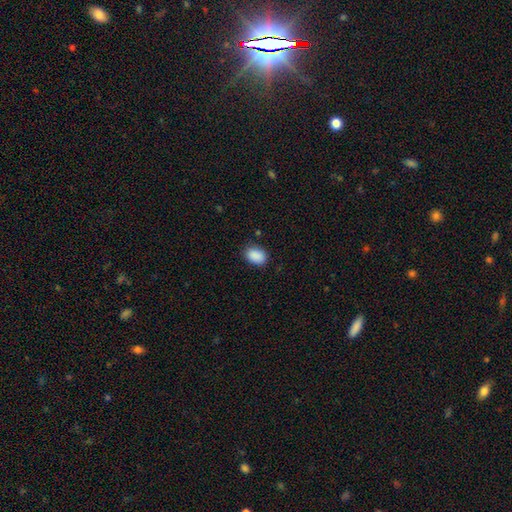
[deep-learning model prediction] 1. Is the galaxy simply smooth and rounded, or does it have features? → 90% smooth, 8% star or artifact, 3% featured or disk.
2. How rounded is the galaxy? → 82% in between, 17% round, 1% cigar-shaped.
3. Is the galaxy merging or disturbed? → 83% none, 13% minor disturbance, 3% major disturbance, 1% merger.